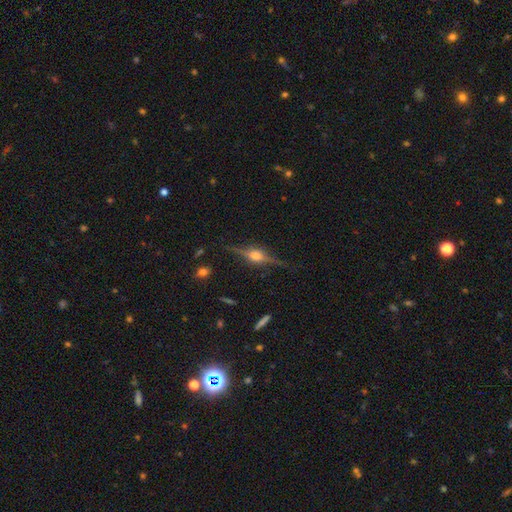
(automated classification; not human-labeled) smooth_or_featured: featured or disk (p=0.83) [alt: smooth p=0.10]
disk_edge_on: yes (p=0.97) [alt: no p=0.03]
edge_on_bulge: rounded (p=0.91) [alt: boxy p=0.07]
merging: none (p=0.85) [alt: minor disturbance p=0.11]